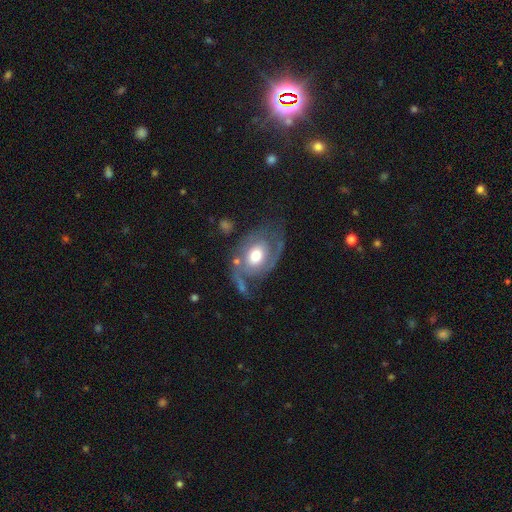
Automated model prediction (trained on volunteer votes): The model was most divided on "spiral winding": medium: 42%, tight: 32%, loose: 26%. More confident: edge-on disk — no (96%); spiral arms — yes (84%); smooth or featured — featured or disk (74%); bar — no (72%); spiral arm count — 2 (71%); bulge size — moderate (55%); merging — none (51%).